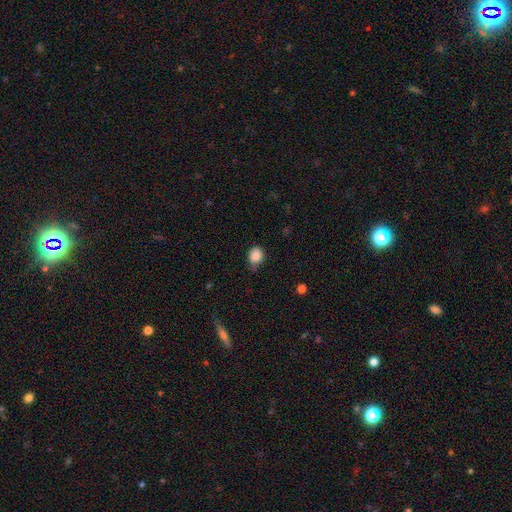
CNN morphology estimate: Q: Smooth or featured?
A: smooth (86%); runner-up: star or artifact (9%)
Q: How rounded?
A: round (66%); runner-up: in between (33%)
Q: Merging?
A: none (62%); runner-up: minor disturbance (30%)